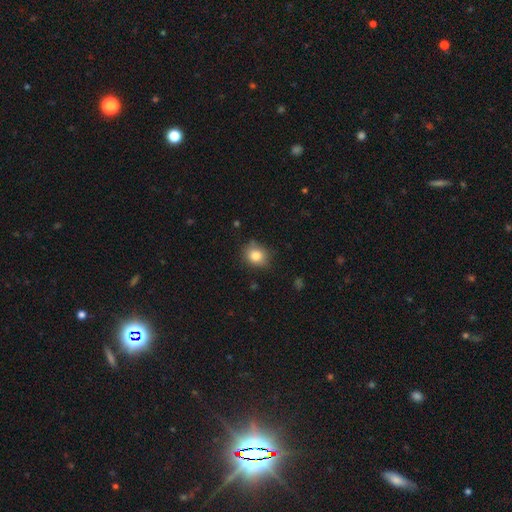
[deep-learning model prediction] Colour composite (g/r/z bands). It shows a smooth galaxy with no disk features (82%) that is round (68%). Merging: none (79%).